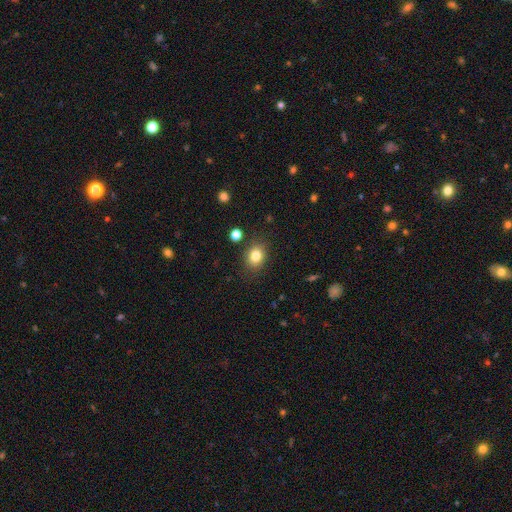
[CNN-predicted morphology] Q: Smooth or featured?
A: smooth (82%); runner-up: star or artifact (11%)
Q: How rounded?
A: round (52%); runner-up: in between (47%)
Q: Merging?
A: none (84%); runner-up: minor disturbance (11%)